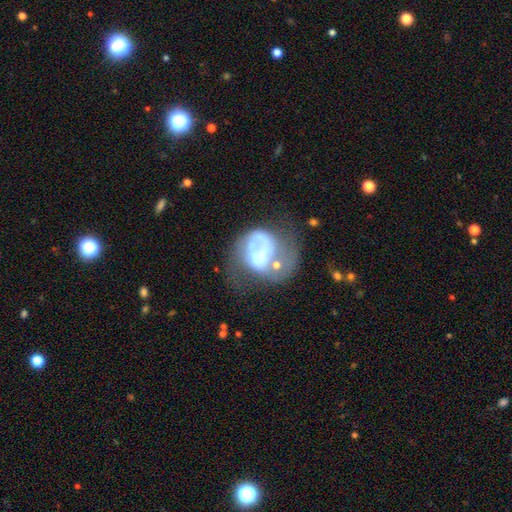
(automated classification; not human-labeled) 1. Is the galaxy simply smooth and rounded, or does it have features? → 66% featured or disk, 25% smooth, 9% star or artifact.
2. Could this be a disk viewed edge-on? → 98% no, 2% yes.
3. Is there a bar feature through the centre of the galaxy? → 70% no, 24% weak, 6% strong.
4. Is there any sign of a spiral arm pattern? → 60% yes, 40% no.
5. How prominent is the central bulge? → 43% moderate, 25% small, 16% none, 13% large, 3% dominant.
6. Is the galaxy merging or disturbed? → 38% major disturbance, 24% none, 24% merger, 14% minor disturbance.